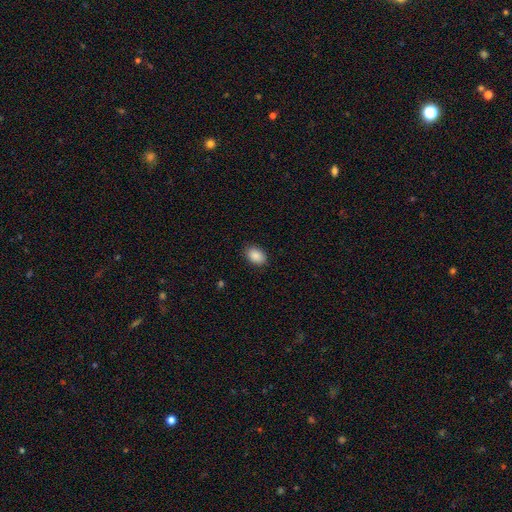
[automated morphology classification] type=smooth (89%); roundness=in between (83%); merging=none (88%).